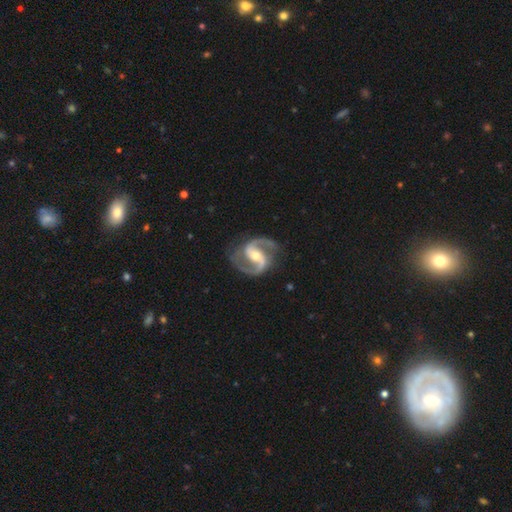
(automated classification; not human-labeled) A featured or disk galaxy (94%) with a weak bar (40%), 2 (94%) medium (65%) spiral arms (98%) and a moderate central bulge (65%).

Vote fractions:
- Smooth or featured? featured or disk: 94% / star or artifact: 4% / smooth: 3%
- Edge-on disk? no: 98% / yes: 2%
- Bar? weak: 40% / strong: 36% / no: 24%
- Spiral arms? yes: 98% / no: 2%
- Spiral winding? medium: 65% / loose: 20% / tight: 15%
- Spiral arm count? 2: 94% / 3: 1% / can't tell: 1% / 1: 1% / 4: 1% / more than 4: 1%
- Bulge size? moderate: 65% / small: 30% / large: 4% / none: 1% / dominant: 1%
- Merging? none: 82% / minor disturbance: 12% / major disturbance: 4% / merger: 1%